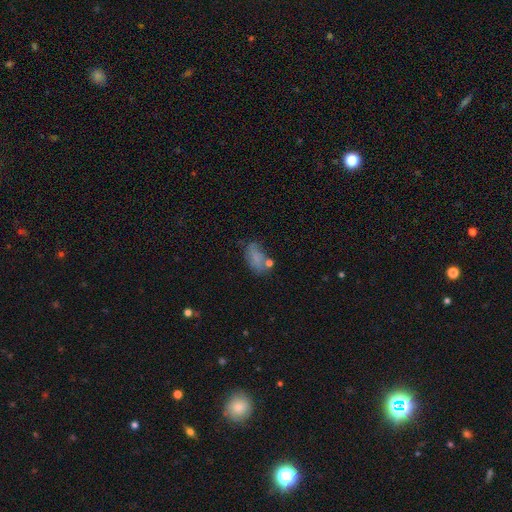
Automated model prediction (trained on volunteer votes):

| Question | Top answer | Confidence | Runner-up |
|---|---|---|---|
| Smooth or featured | smooth | 69% | featured or disk (18%) |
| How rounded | in between | 89% | round (7%) |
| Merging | none | 50% | minor disturbance (24%) |